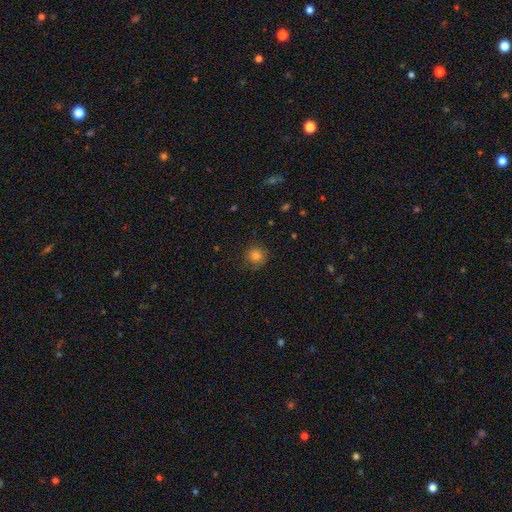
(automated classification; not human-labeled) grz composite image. It shows a smooth galaxy with no disk features (82%) that is round (93%). Merging: none (85%).